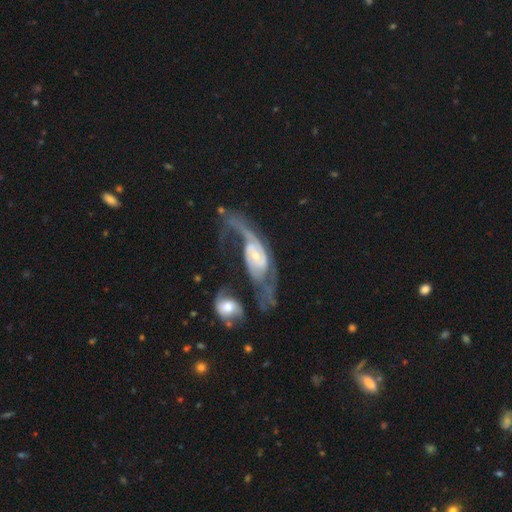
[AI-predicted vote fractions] A featured or disk galaxy (85%) with no bar (66%), 2 (57%) loose (46%) spiral arms (88%) and a small central bulge (53%).

Vote fractions:
- Smooth or featured? featured or disk: 85% / smooth: 10% / star or artifact: 5%
- Edge-on disk? no: 93% / yes: 7%
- Bar? no: 66% / weak: 25% / strong: 9%
- Spiral arms? yes: 88% / no: 12%
- Spiral winding? loose: 46% / medium: 32% / tight: 22%
- Spiral arm count? 2: 57% / 1: 22% / can't tell: 14% / 3: 3% / 4: 2% / more than 4: 2%
- Bulge size? small: 53% / moderate: 39% / large: 4% / none: 2% / dominant: 1%
- Merging? major disturbance: 39% / merger: 32% / none: 18% / minor disturbance: 11%